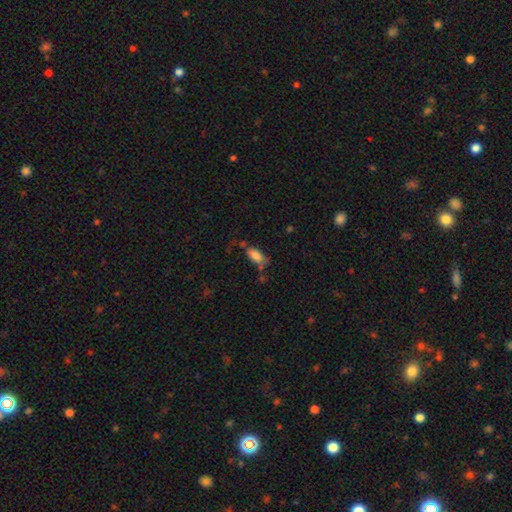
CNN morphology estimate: Overall: smooth (83%). How rounded: in between (88%). Merging: none (55%; minor disturbance 24%).